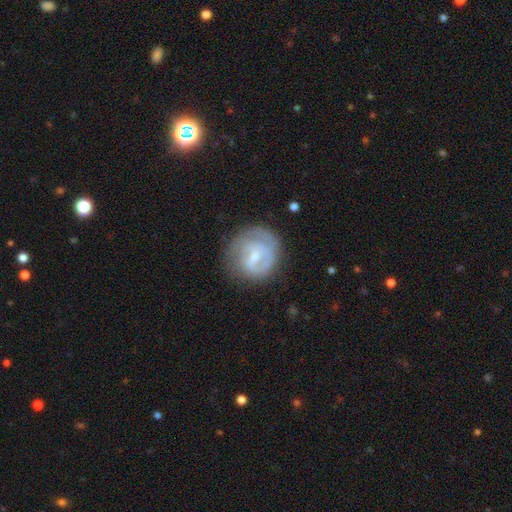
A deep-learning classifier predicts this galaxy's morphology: This is likely a featured or disk galaxy (65%). It is clearly not viewed edge-on (97%). Bar: possibly weak (55%). Spiral arm pattern: likely yes (77%). Central bulge: possibly small (58%). Merging: likely none (66%).